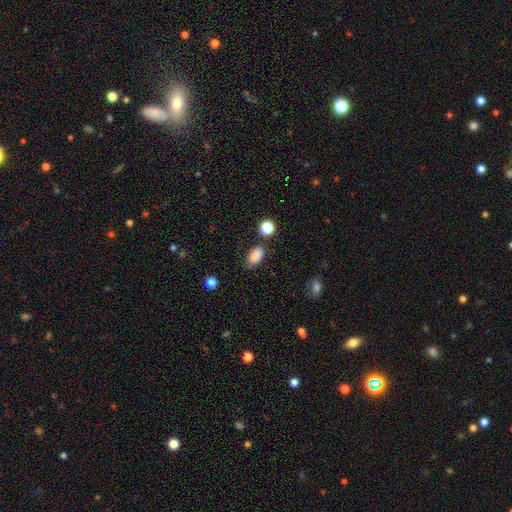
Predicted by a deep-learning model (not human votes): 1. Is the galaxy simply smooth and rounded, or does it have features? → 86% smooth, 9% star or artifact, 5% featured or disk.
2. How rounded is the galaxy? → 90% in between, 7% round, 2% cigar-shaped.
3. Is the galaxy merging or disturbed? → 73% none, 19% minor disturbance, 5% major disturbance, 4% merger.